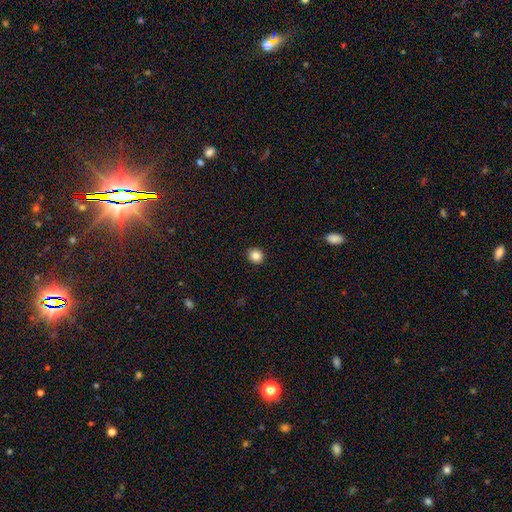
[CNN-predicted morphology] The model was most divided on "smooth or featured": smooth: 85%, star or artifact: 10%, featured or disk: 5%. More confident: merging — none (91%); how rounded — round (87%).